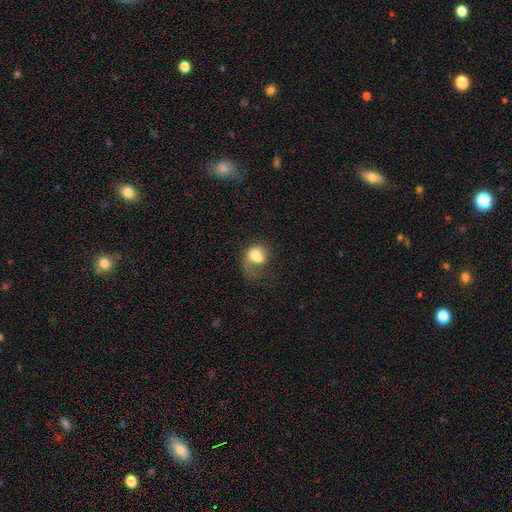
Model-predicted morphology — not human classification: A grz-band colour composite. It shows a smooth galaxy with no disk features (69%) that is in between round and cigar-shaped (61%). Merging: major disturbance (42%).